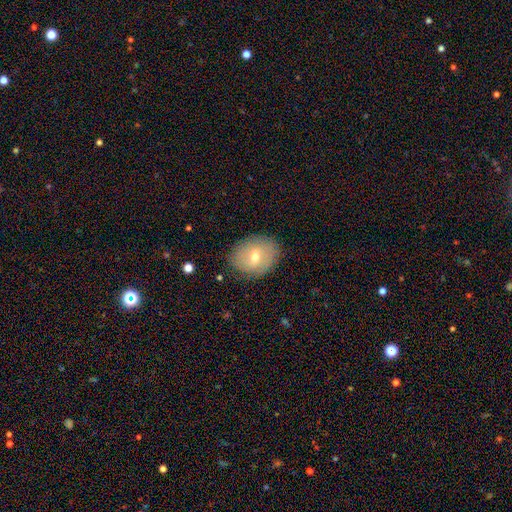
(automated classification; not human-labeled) Morphology: type=smooth (55%); roundness=in between (57%); merging=none (83%).